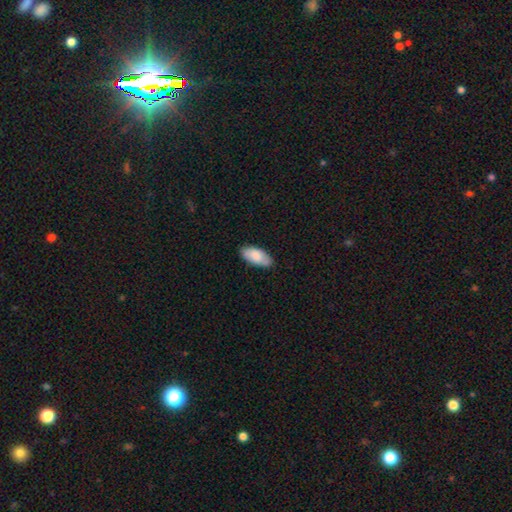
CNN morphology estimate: This appears to be a smooth galaxy with no disk features (84%) that is in between round and cigar-shaped (92%). Merging: none (84%).